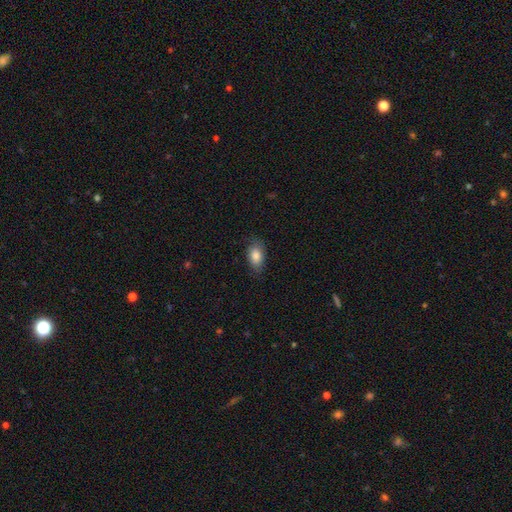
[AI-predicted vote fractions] Morphology: type=smooth (84%); roundness=in between (89%); merging=none (79%).